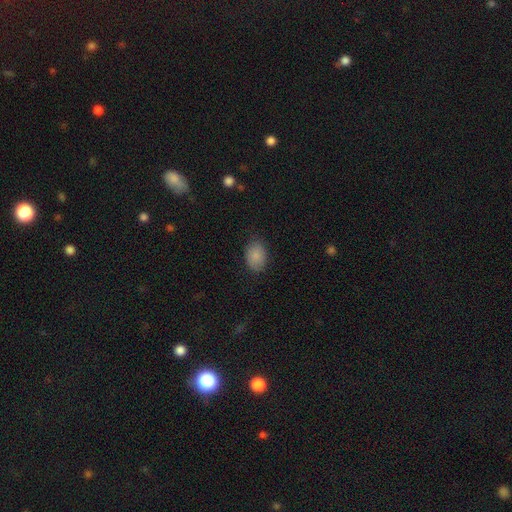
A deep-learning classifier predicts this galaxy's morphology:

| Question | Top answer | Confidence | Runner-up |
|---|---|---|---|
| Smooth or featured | smooth | 87% | star or artifact (8%) |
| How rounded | in between | 76% | round (23%) |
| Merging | none | 80% | minor disturbance (16%) |